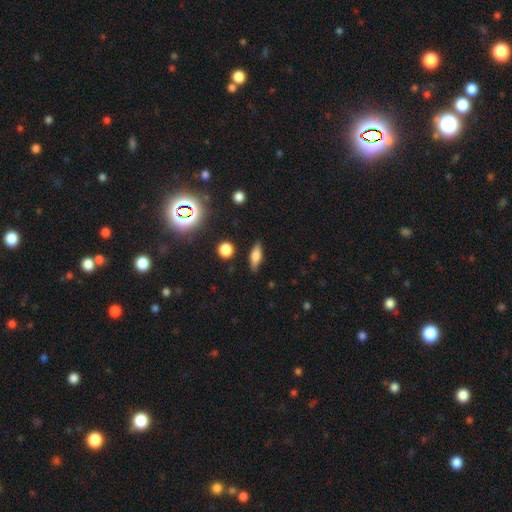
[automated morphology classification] smooth-or-featured: smooth: 63% | featured or disk: 26% | star or artifact: 11%
  how-rounded: in between: 55% | cigar-shaped: 39% | round: 5%
  merging: none: 83% | minor disturbance: 12% | major disturbance: 3% | merger: 2%